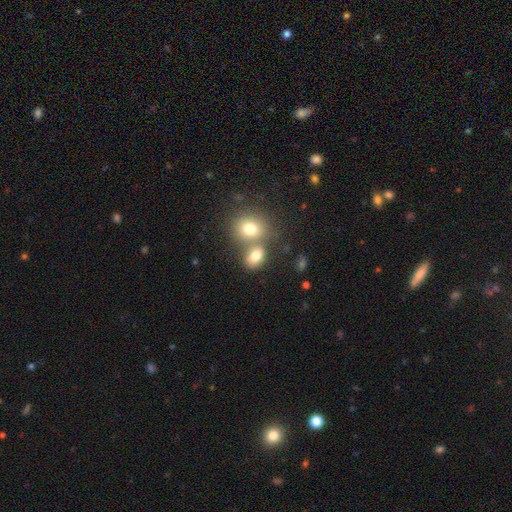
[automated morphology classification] smooth 77%, featured or disk 12%, star or artifact 12%. Down the decision tree: how rounded — in between (59%); merging — merger (44%).